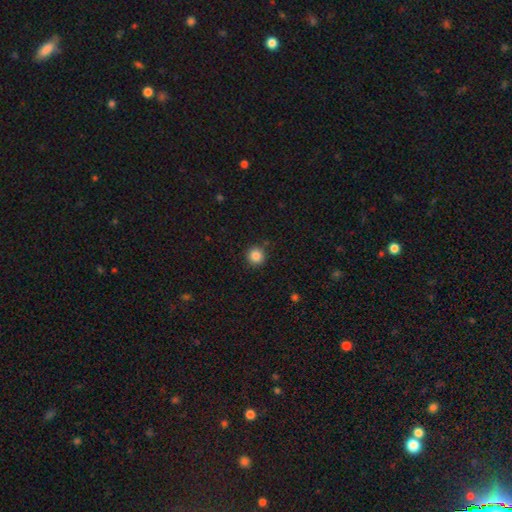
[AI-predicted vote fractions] Smooth or featured?
  - smooth: 86% *
  - star or artifact: 10%
  - featured or disk: 4%
How rounded?
  - round: 95% *
  - in between: 4%
  - cigar-shaped: 1%
Merging?
  - none: 90% *
  - minor disturbance: 7%
  - major disturbance: 2%
  - merger: 2%